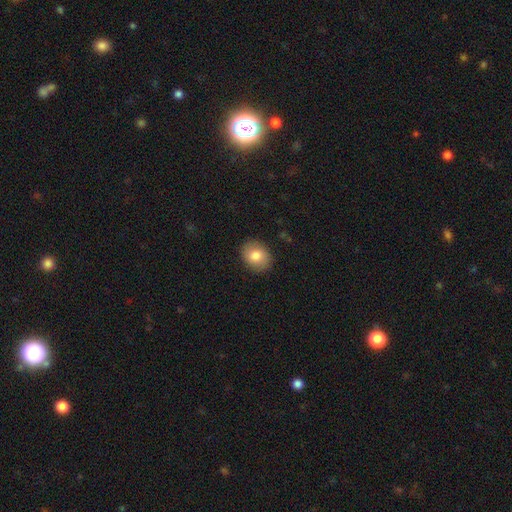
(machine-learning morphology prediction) smooth_or_featured: smooth (p=0.81) [alt: featured or disk p=0.11]
how_rounded: round (p=0.54) [alt: in between p=0.45]
merging: none (p=0.88) [alt: minor disturbance p=0.09]